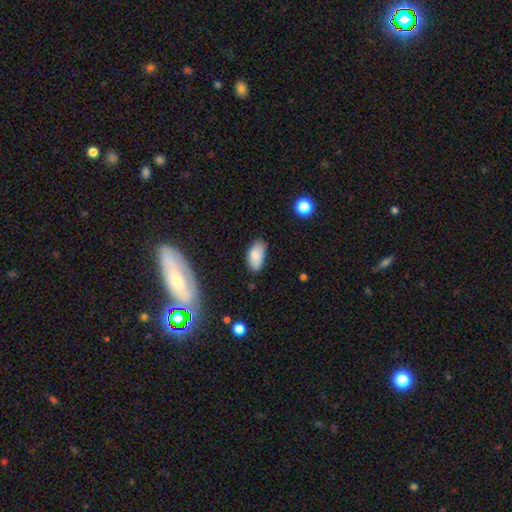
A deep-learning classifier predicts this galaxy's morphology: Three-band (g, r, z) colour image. It shows a smooth galaxy with no disk features (83%) that is in between round and cigar-shaped (94%). Merging: none (74%).